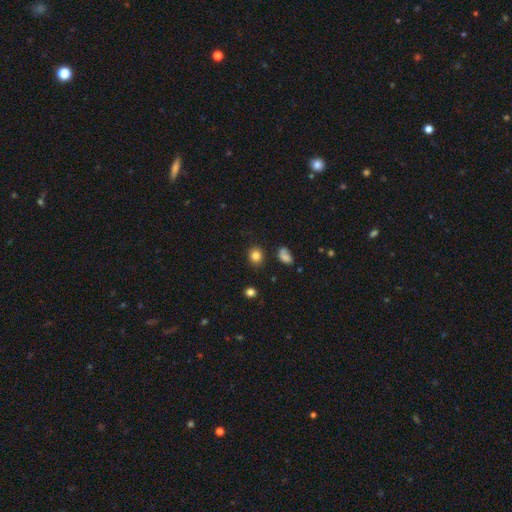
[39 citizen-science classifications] smooth-or-featured: smooth: 87% | star or artifact: 10% | featured or disk: 3%
  how-rounded: round: 94% | in between: 6% | cigar-shaped: 0%
  merging: none: 86% | minor disturbance: 14% | major disturbance: 0% | merger: 0%